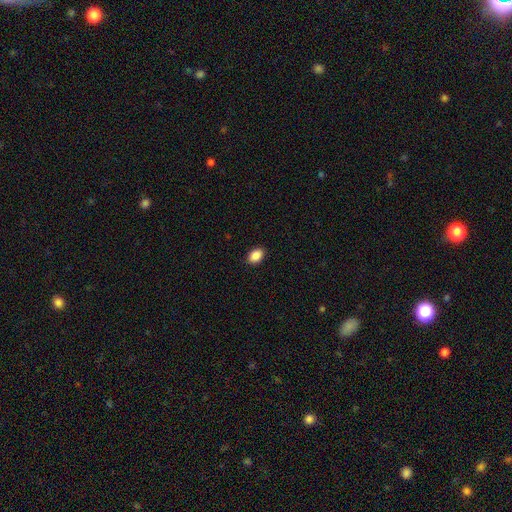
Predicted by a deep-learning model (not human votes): This is clearly a smooth galaxy (89%). How rounded: clearly in between (82%). Merging: clearly none (89%).